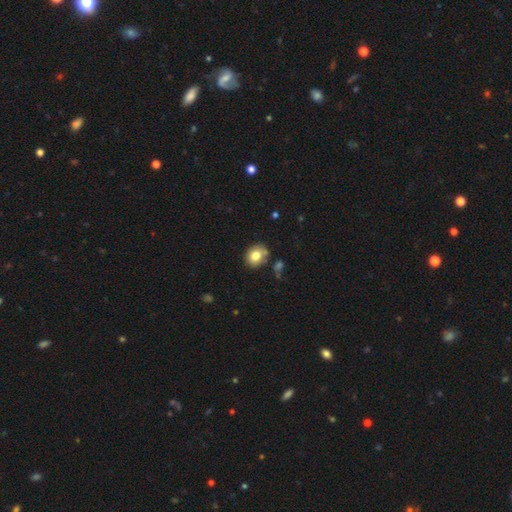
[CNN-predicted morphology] smooth_or_featured: smooth (p=0.78) [alt: featured or disk p=0.13]
how_rounded: round (p=0.61) [alt: in between p=0.38]
merging: none (p=0.73) [alt: minor disturbance p=0.15]